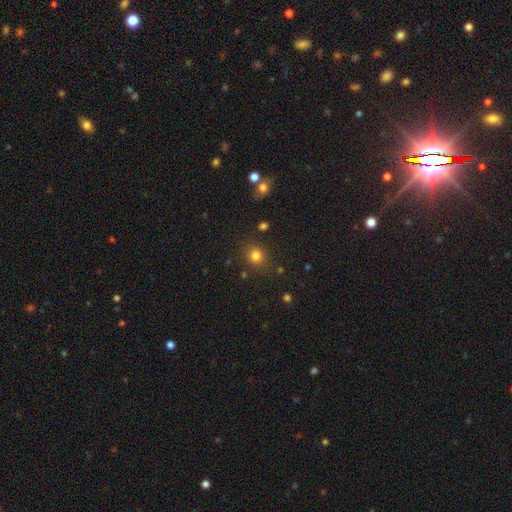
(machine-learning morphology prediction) Overall: smooth (80%). How rounded: round (83%). Merging: none (85%).